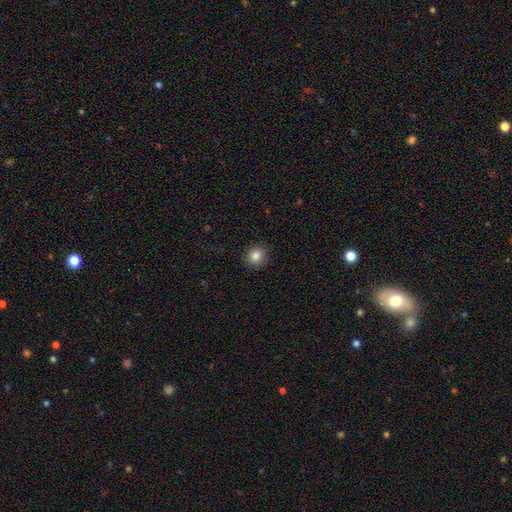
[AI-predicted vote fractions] Smooth or featured: smooth — 85% (star or artifact — 10%)
How rounded: round — 88% (in between — 11%)
Merging: none — 90% (minor disturbance — 7%)